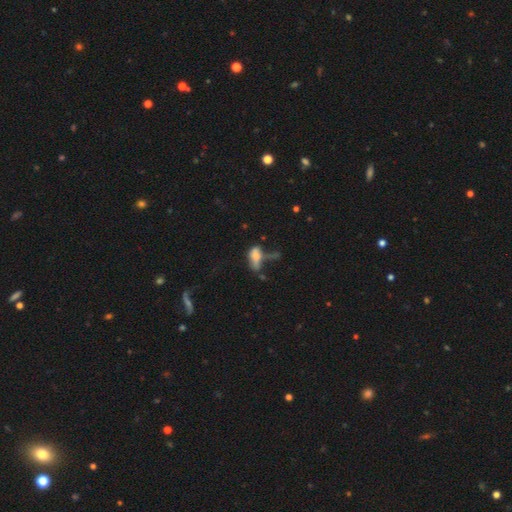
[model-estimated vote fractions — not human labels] Smooth or featured? smooth (57%)
How rounded? in between (82%)
Merging? major disturbance (35%)